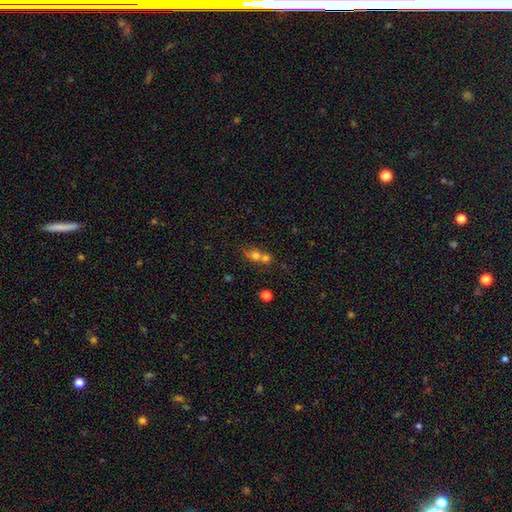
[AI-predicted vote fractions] The model was most divided on "merging": merger: 59%, none: 31%, minor disturbance: 6%, major disturbance: 3%. More confident: how rounded — round (72%); smooth or featured — smooth (68%).